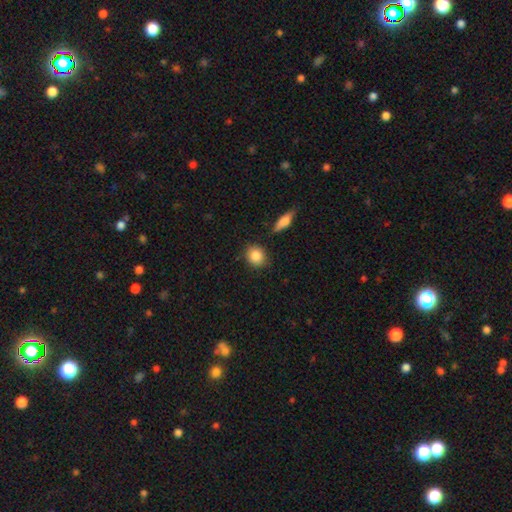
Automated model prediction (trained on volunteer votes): A smooth galaxy with no disk features (86%) that is round (76%).

Vote fractions:
- Smooth or featured? smooth: 86% / star or artifact: 7% / featured or disk: 6%
- How rounded? round: 76% / in between: 22% / cigar-shaped: 2%
- Merging? none: 84% / minor disturbance: 10% / merger: 4% / major disturbance: 3%